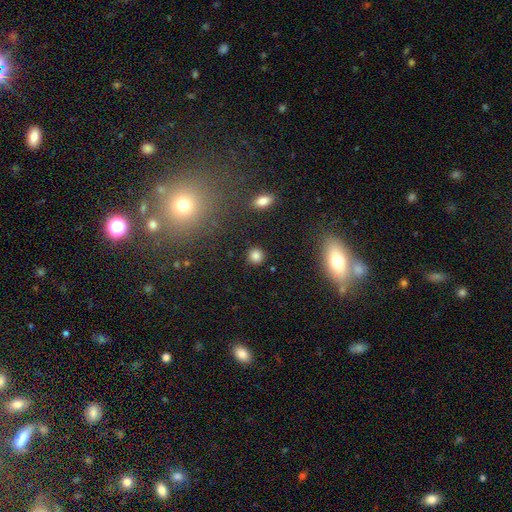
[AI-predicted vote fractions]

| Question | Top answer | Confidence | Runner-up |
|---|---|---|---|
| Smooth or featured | smooth | 83% | star or artifact (12%) |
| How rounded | round | 90% | in between (8%) |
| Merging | none | 89% | minor disturbance (7%) |